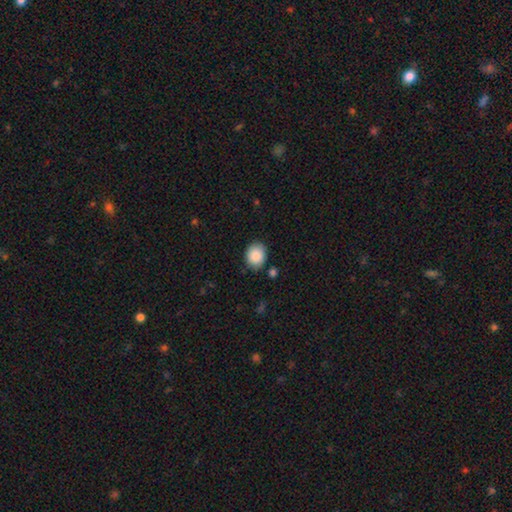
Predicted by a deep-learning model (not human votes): smooth 87%, star or artifact 7%, featured or disk 5%. Down the decision tree: how rounded — round (59%); merging — none (83%).